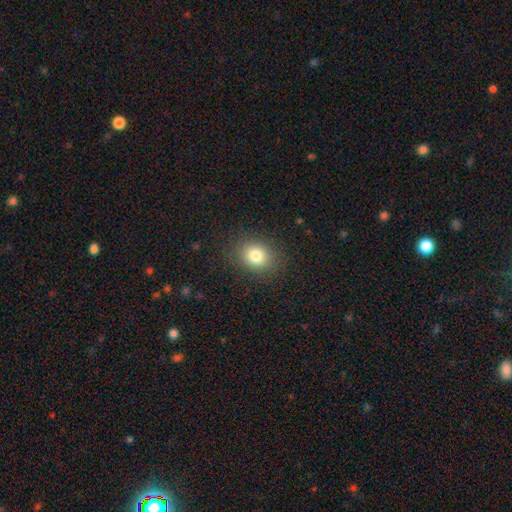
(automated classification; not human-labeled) smooth-or-featured: smooth: 80% | star or artifact: 12% | featured or disk: 8%
  how-rounded: round: 60% | in between: 40% | cigar-shaped: 1%
  merging: none: 87% | minor disturbance: 9% | major disturbance: 4% | merger: 1%